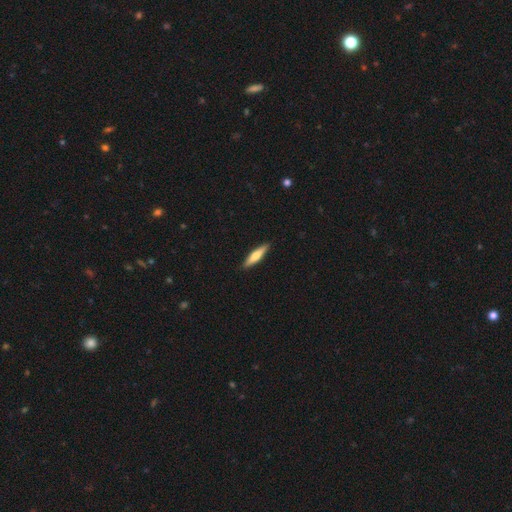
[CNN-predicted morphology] Overall: smooth (59%; featured or disk 36%). How rounded: cigar-shaped (82%). Merging: none (90%).